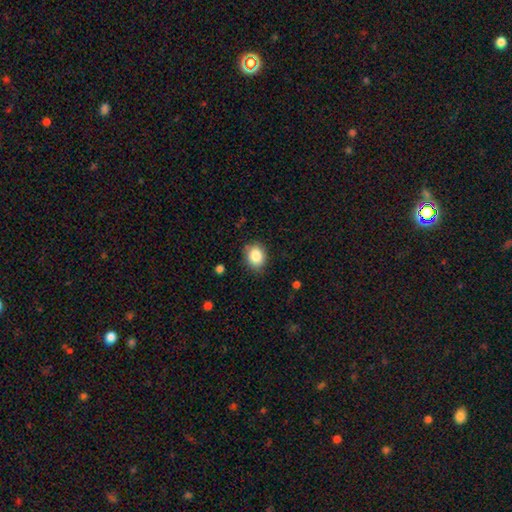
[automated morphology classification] A smooth galaxy with no disk features (86%) that is round (53%).

Vote fractions:
- Smooth or featured? smooth: 86% / star or artifact: 8% / featured or disk: 5%
- How rounded? round: 53% / in between: 46% / cigar-shaped: 1%
- Merging? none: 84% / minor disturbance: 12% / major disturbance: 3% / merger: 1%